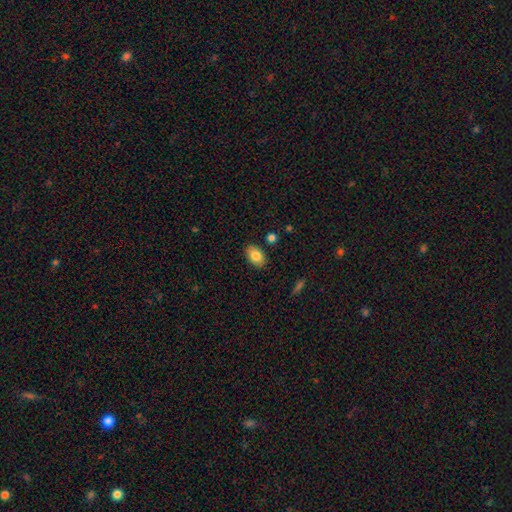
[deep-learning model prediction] A smooth galaxy with no disk features (84%) that is in between round and cigar-shaped (88%). Merging: none (87%).